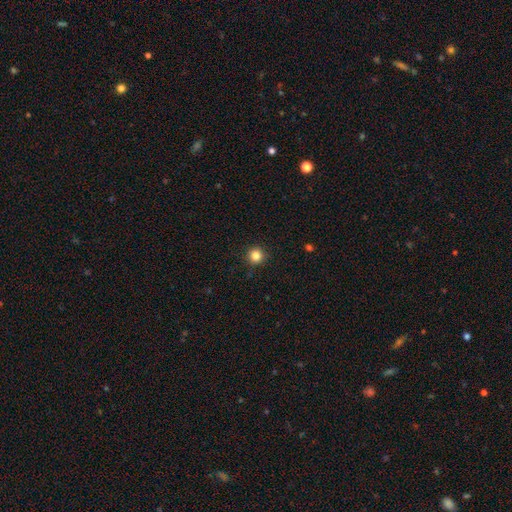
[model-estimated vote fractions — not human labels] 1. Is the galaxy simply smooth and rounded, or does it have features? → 84% smooth, 12% star or artifact, 4% featured or disk.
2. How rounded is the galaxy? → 95% round, 4% in between, 1% cigar-shaped.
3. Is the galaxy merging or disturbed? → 92% none, 6% minor disturbance, 2% major disturbance, 1% merger.